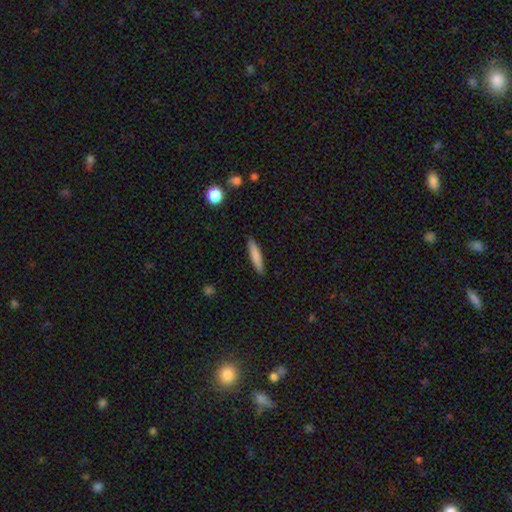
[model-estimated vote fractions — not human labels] smooth_or_featured: smooth (p=0.81) [alt: featured or disk p=0.13]
how_rounded: cigar-shaped (p=0.87) [alt: in between p=0.11]
merging: none (p=0.89) [alt: minor disturbance p=0.08]